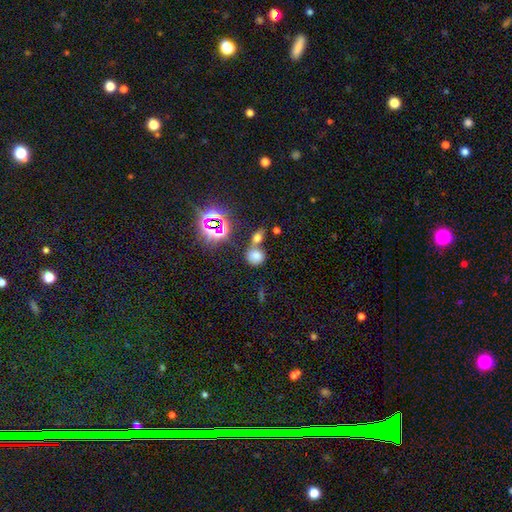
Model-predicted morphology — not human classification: smooth 65%, star or artifact 24%, featured or disk 11%. Down the decision tree: how rounded — round (67%); merging — none (44%).